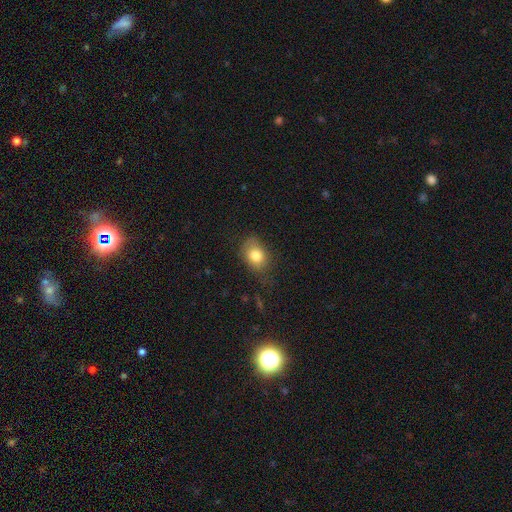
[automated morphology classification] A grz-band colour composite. It shows a smooth galaxy with no disk features (78%) that is in between round and cigar-shaped (62%). Merging: none (63%).